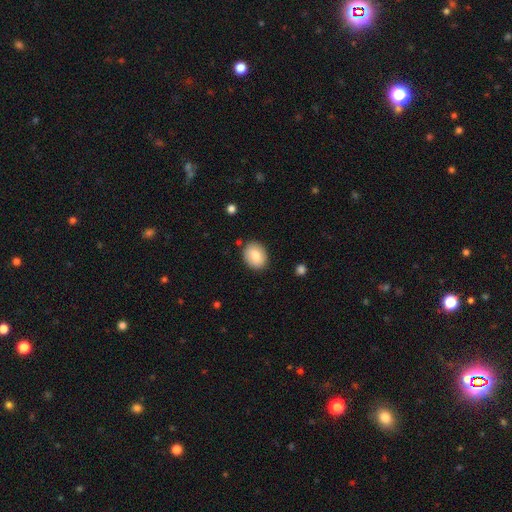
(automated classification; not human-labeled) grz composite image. It shows a smooth galaxy with no disk features (80%) that is in between round and cigar-shaped (54%). Merging: none (85%).